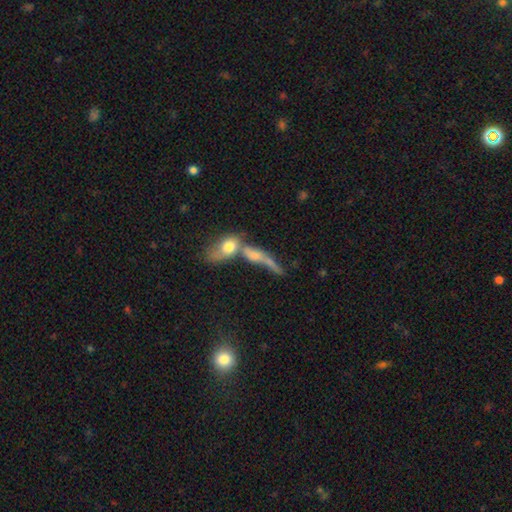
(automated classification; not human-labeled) smooth 52%, featured or disk 37%, star or artifact 11%. Down the decision tree: how rounded — in between (45%); merging — merger (65%).